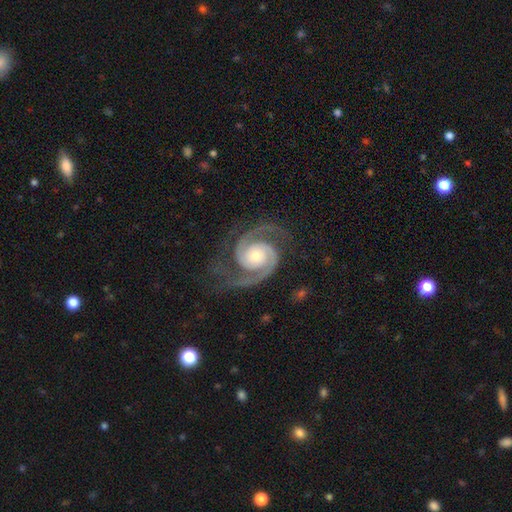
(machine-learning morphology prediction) This appears to be a featured or disk galaxy (94%) with no bar (71%), 2 (93%) medium (48%) spiral arms (99%) and a moderate central bulge (48%). Merging: none (79%).